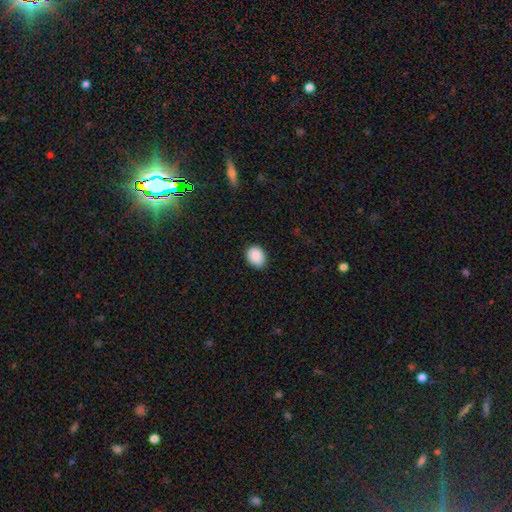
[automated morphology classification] smooth_or_featured: smooth (p=0.90) [alt: star or artifact p=0.07]
how_rounded: in between (p=0.59) [alt: round p=0.40]
merging: none (p=0.86) [alt: minor disturbance p=0.11]